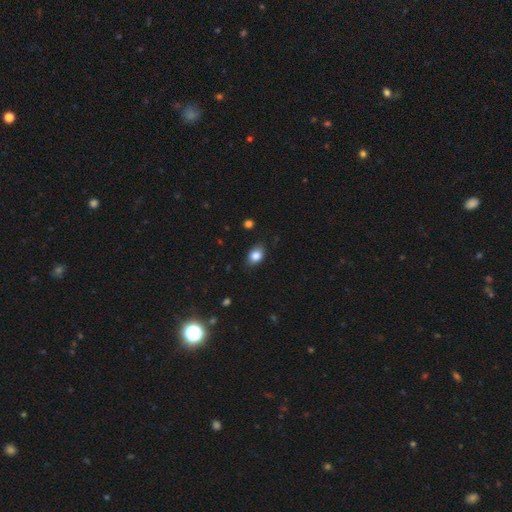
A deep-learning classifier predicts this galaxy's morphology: A smooth galaxy with no disk features (83%) that is in between round and cigar-shaped (71%).

Vote fractions:
- Smooth or featured? smooth: 83% / star or artifact: 9% / featured or disk: 7%
- How rounded? in between: 71% / round: 28% / cigar-shaped: 1%
- Merging? none: 81% / minor disturbance: 15% / major disturbance: 3% / merger: 1%